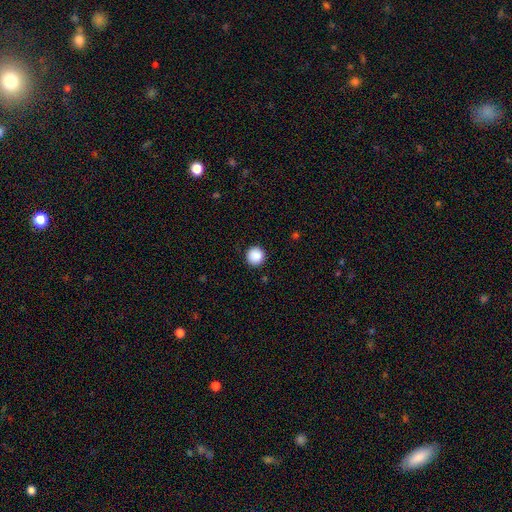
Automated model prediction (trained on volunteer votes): This is clearly a smooth galaxy (88%). How rounded: clearly round (95%). Merging: clearly none (92%).